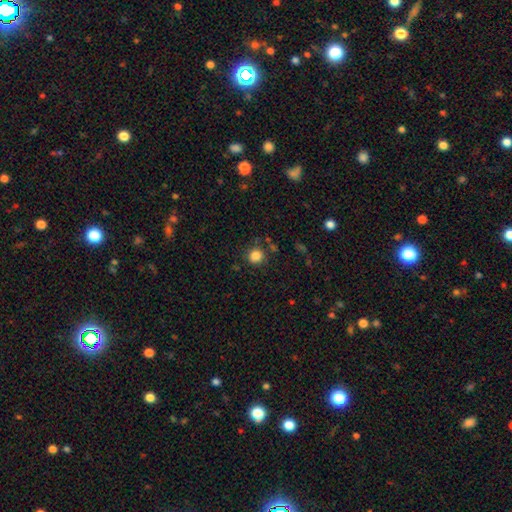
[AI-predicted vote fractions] Smooth or featured?
  - smooth: 84% *
  - star or artifact: 11%
  - featured or disk: 4%
How rounded?
  - round: 90% *
  - in between: 9%
  - cigar-shaped: 1%
Merging?
  - none: 84% *
  - minor disturbance: 9%
  - merger: 3%
  - major disturbance: 3%